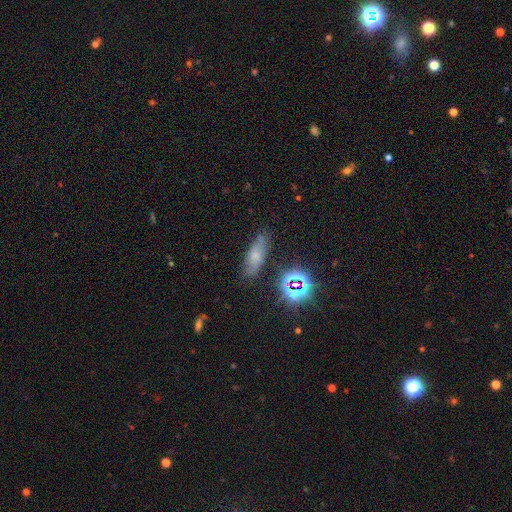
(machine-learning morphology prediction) Smooth or featured: smooth — 53% (featured or disk — 24%)
How rounded: in between — 63% (cigar-shaped — 31%)
Merging: none — 72% (minor disturbance — 19%)